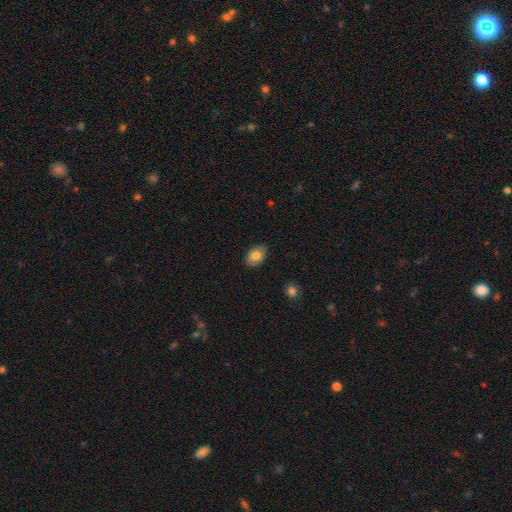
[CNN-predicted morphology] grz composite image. It shows a smooth galaxy with no disk features (81%) that is in between round and cigar-shaped (85%). Merging: none (84%).